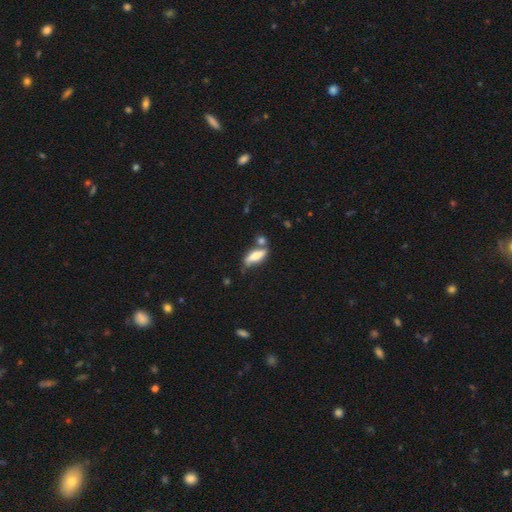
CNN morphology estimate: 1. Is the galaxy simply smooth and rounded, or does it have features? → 59% smooth, 33% featured or disk, 8% star or artifact.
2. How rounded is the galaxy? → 53% in between, 44% cigar-shaped, 3% round.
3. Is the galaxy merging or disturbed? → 50% none, 23% minor disturbance, 20% merger, 8% major disturbance.